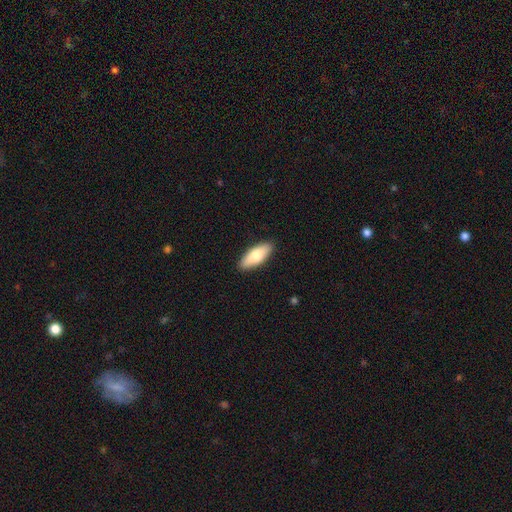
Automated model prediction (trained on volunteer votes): Smooth or featured?
  - smooth: 73% *
  - featured or disk: 21%
  - star or artifact: 5%
How rounded?
  - in between: 72% *
  - cigar-shaped: 25%
  - round: 2%
Merging?
  - none: 90% *
  - minor disturbance: 7%
  - major disturbance: 2%
  - merger: 1%